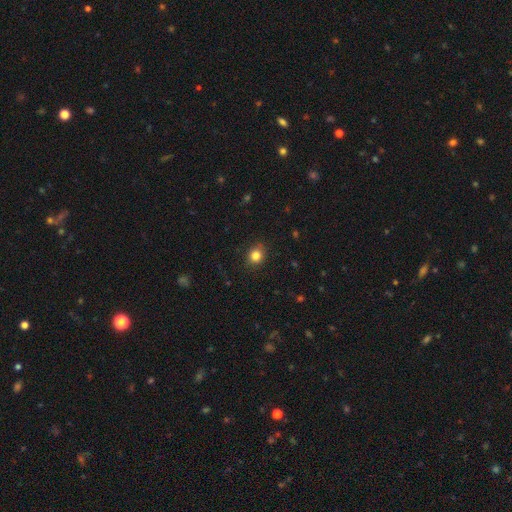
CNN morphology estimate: This is clearly a smooth galaxy (83%). How rounded: likely round (72%). Merging: clearly none (85%).